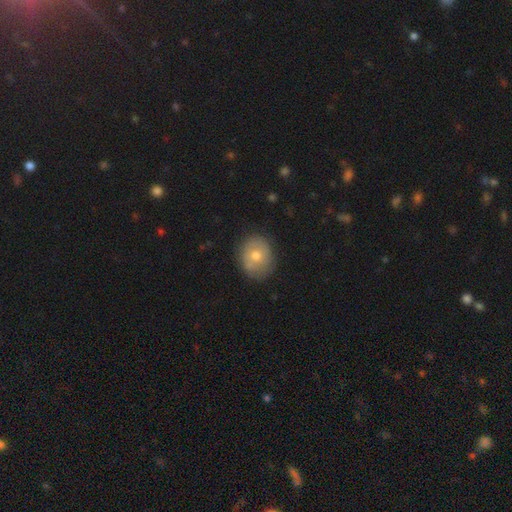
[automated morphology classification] Smooth or featured? smooth (64%)
How rounded? round (62%)
Merging? none (81%)